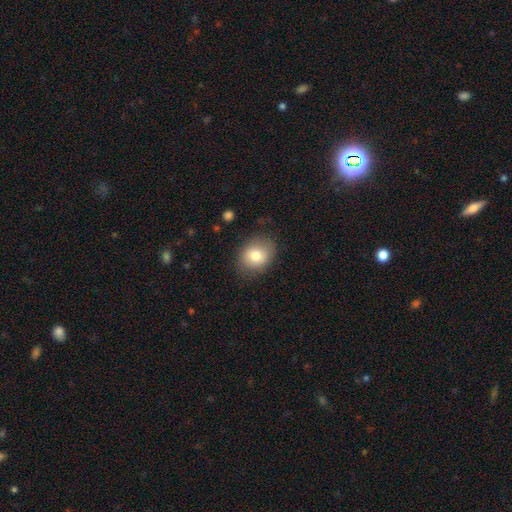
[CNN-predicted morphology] The model was most divided on "how rounded": round: 55%, in between: 44%, cigar-shaped: 1%. More confident: merging — none (81%); smooth or featured — smooth (78%).